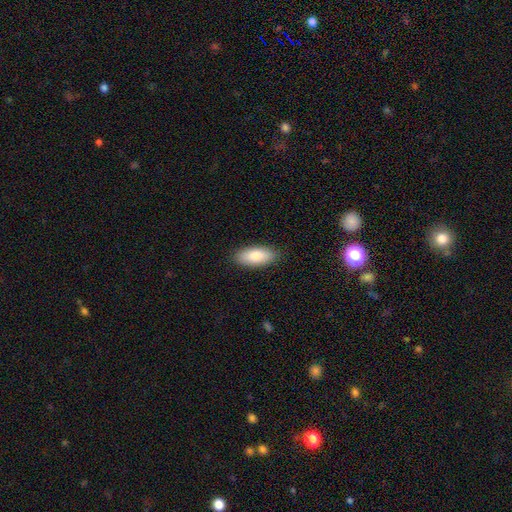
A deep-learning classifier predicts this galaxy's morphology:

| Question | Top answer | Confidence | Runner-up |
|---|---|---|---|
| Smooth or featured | smooth | 83% | featured or disk (11%) |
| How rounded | in between | 81% | cigar-shaped (17%) |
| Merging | none | 88% | minor disturbance (9%) |